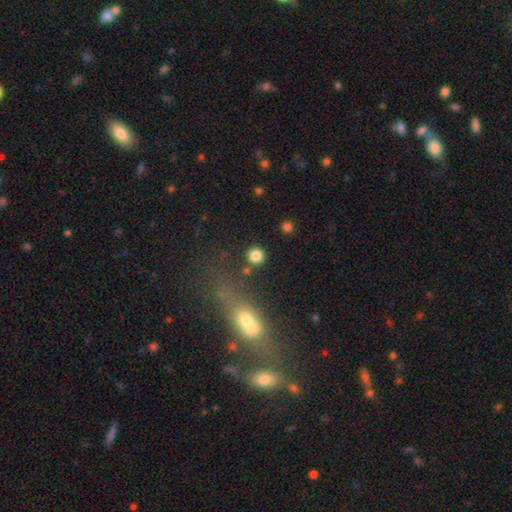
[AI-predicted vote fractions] Smooth or featured? Predicted: smooth (p=0.82). How rounded? Predicted: round (p=0.92). Merging? Predicted: none (p=0.83).